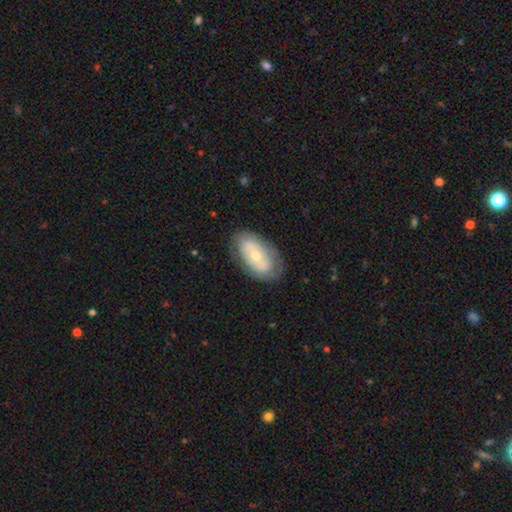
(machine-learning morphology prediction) A featured or disk galaxy (56%) with no bar (62%), no spiral arms (60%) and a moderate central bulge (54%). Merging: none (77%).